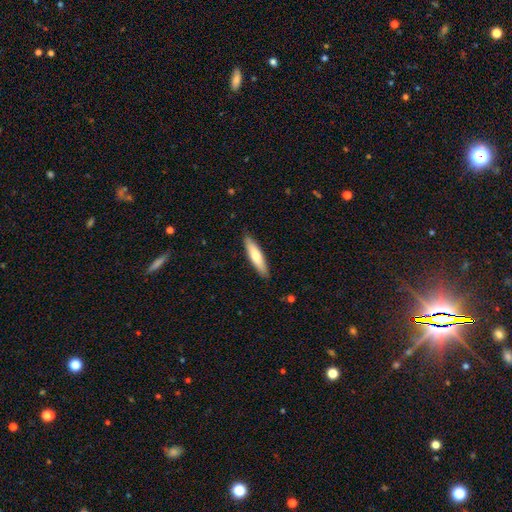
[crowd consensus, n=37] This appears to be a smooth galaxy with no disk features (73%) that is cigar-shaped (81%). Merging: none (95%).